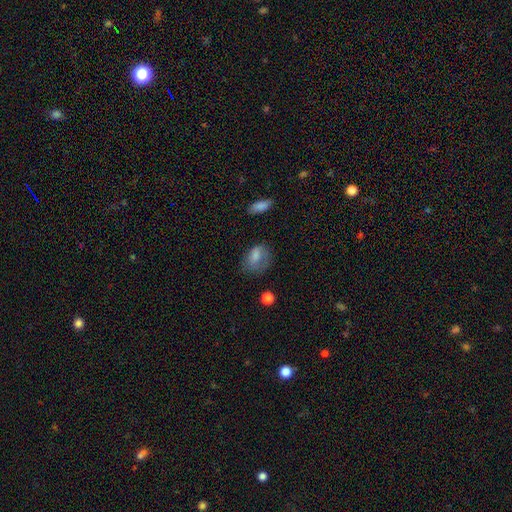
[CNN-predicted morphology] smooth 67%, featured or disk 21%, star or artifact 12%. Down the decision tree: how rounded — in between (71%); merging — none (54%).